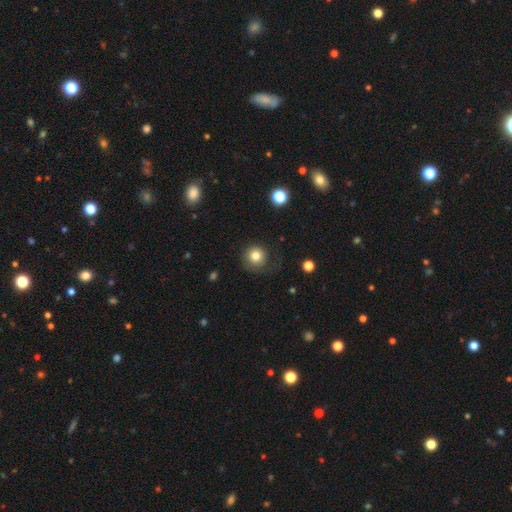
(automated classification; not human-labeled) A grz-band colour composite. It shows a smooth galaxy with no disk features (80%) that is round (92%). Merging: none (68%).